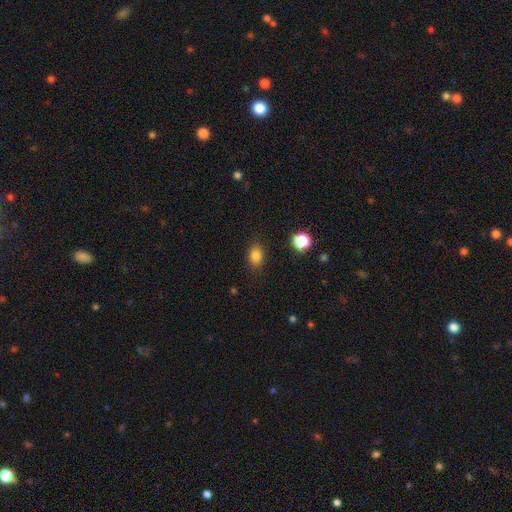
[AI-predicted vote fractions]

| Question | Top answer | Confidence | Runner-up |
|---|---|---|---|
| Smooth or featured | smooth | 82% | star or artifact (12%) |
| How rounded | in between | 69% | round (30%) |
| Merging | none | 85% | minor disturbance (10%) |